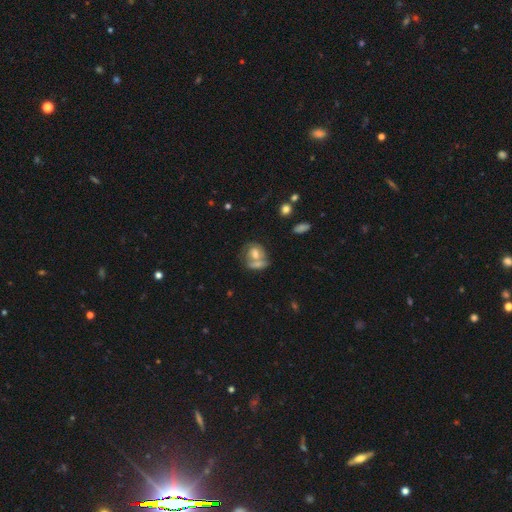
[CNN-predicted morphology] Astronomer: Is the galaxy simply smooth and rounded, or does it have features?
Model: smooth — 58%.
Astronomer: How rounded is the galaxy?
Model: round — 51% (runner-up: in between, 47%).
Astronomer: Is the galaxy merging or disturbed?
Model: merger — 50% (runner-up: none, 29%).